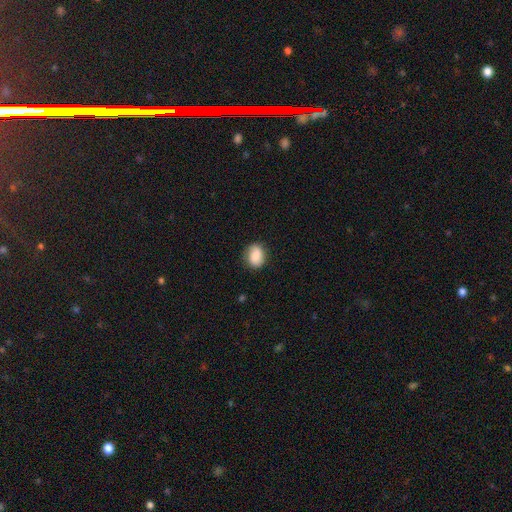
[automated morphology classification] A smooth galaxy with no disk features (82%) that is in between round and cigar-shaped (55%). Merging: none (82%).